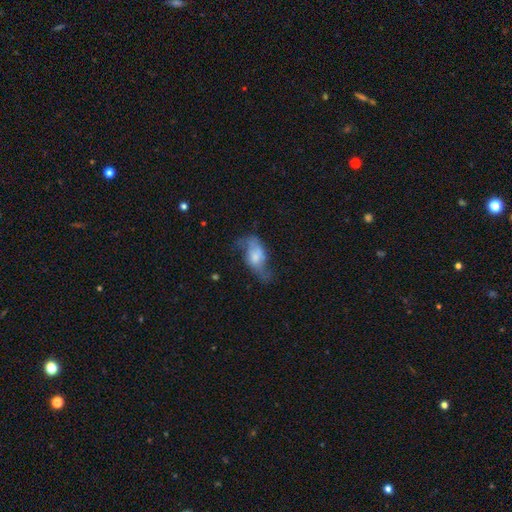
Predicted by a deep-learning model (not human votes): Smooth or featured: featured or disk — 49% (smooth — 43%)
Merging: major disturbance — 34% (none — 33%)